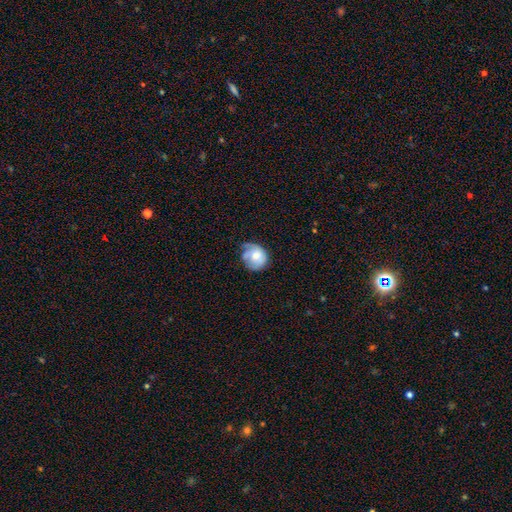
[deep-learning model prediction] smooth_or_featured: smooth (p=0.51) [alt: featured or disk p=0.41]
how_rounded: round (p=0.71) [alt: in between p=0.28]
merging: none (p=0.45) [alt: minor disturbance p=0.34]